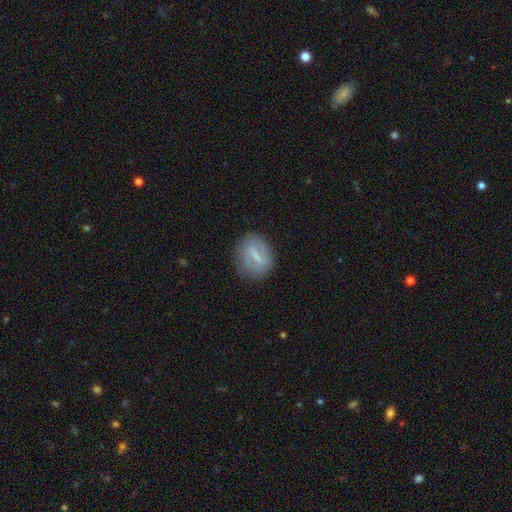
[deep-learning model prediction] A featured or disk galaxy (56%) with a strong bar (64%), no spiral arms (60%) and a small central bulge (39%). Merging: none (79%).